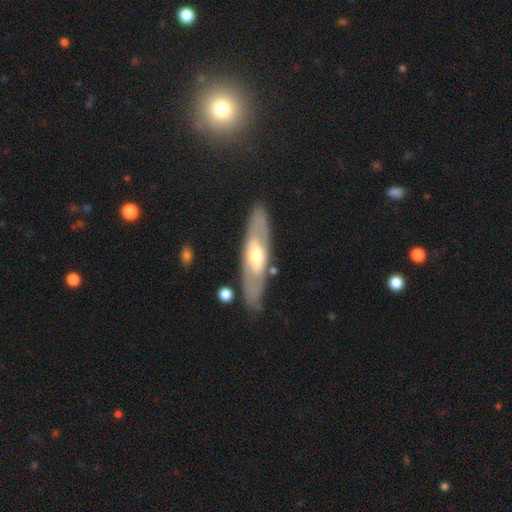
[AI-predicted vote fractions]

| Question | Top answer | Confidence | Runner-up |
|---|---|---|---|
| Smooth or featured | featured or disk | 63% | smooth (32%) |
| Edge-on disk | no | 63% | yes (37%) |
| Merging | none | 82% | minor disturbance (12%) |